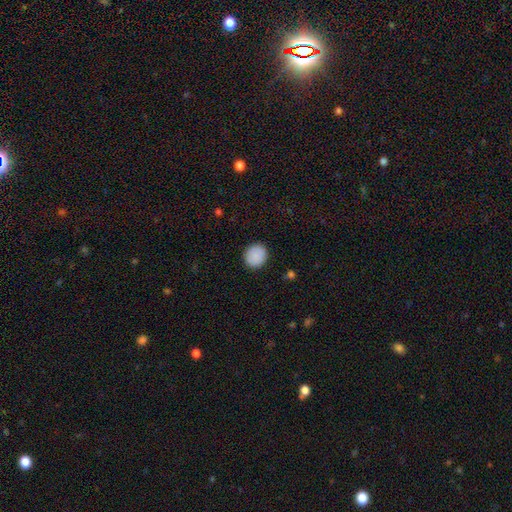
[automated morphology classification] A smooth galaxy with no disk features (89%) that is round (80%).

Vote fractions:
- Smooth or featured? smooth: 89% / star or artifact: 8% / featured or disk: 3%
- How rounded? round: 80% / in between: 19% / cigar-shaped: 1%
- Merging? none: 90% / minor disturbance: 7% / major disturbance: 2% / merger: 1%